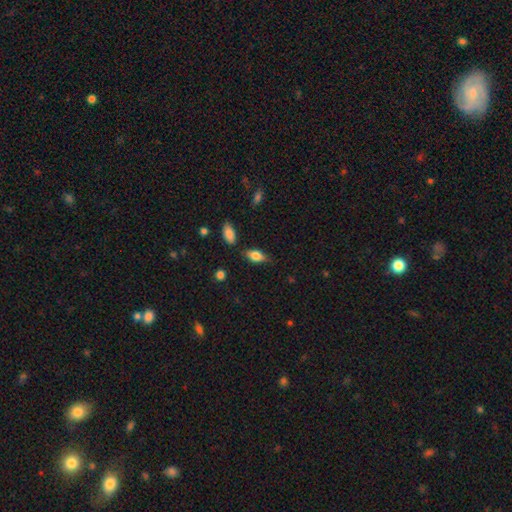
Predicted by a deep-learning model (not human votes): This is likely a smooth galaxy (69%). How rounded: clearly in between (82%). Merging: likely none (74%).